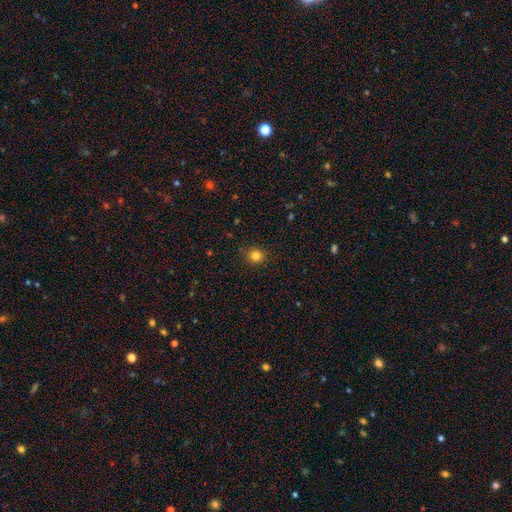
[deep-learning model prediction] Smooth or featured? Predicted: smooth (p=0.82). How rounded? Predicted: round (p=0.87). Merging? Predicted: none (p=0.88).